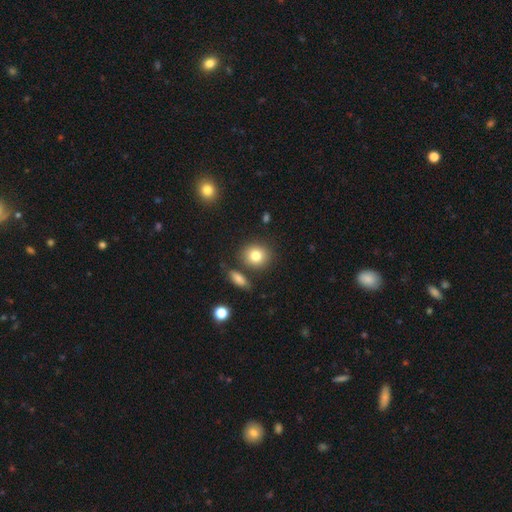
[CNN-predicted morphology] A smooth galaxy with no disk features (81%) that is round (78%).

Vote fractions:
- Smooth or featured? smooth: 81% / featured or disk: 10% / star or artifact: 9%
- How rounded? round: 78% / in between: 21% / cigar-shaped: 1%
- Merging? none: 79% / minor disturbance: 10% / merger: 8% / major disturbance: 3%